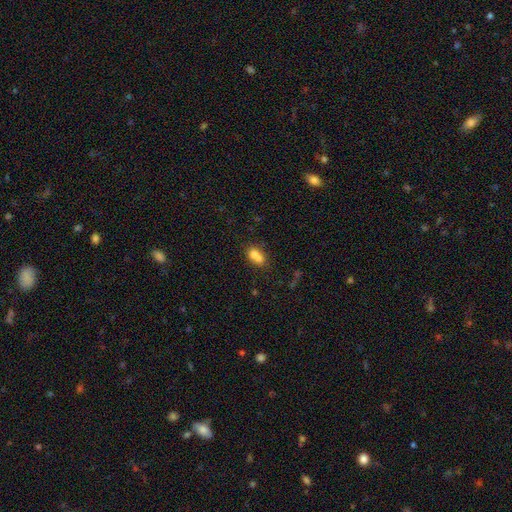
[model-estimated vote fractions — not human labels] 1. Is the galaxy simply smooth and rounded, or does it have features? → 72% smooth, 17% featured or disk, 11% star or artifact.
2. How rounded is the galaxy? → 57% in between, 40% round, 3% cigar-shaped.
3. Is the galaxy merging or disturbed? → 59% merger, 27% none, 10% minor disturbance, 4% major disturbance.